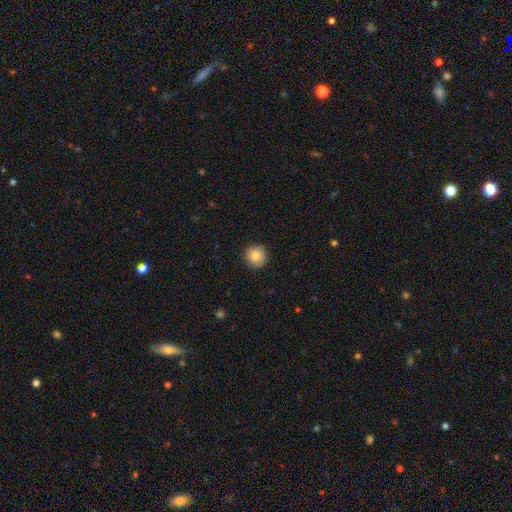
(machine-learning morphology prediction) This is clearly a smooth galaxy (83%). How rounded: clearly round (94%). Merging: clearly none (91%).